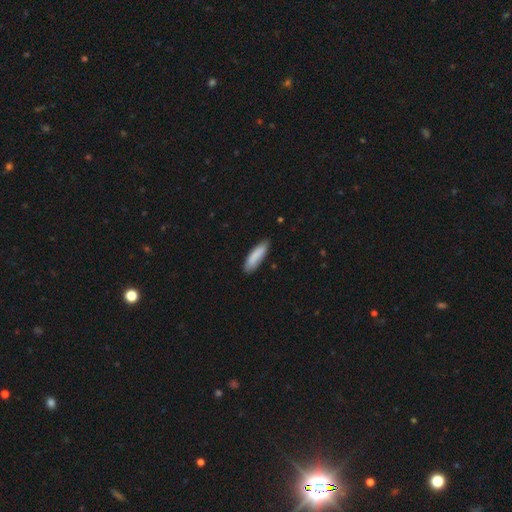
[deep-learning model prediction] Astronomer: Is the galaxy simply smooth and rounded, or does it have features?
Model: smooth — 86%.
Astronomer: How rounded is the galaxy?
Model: cigar-shaped — 58% (runner-up: in between, 40%).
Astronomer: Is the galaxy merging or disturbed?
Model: none — 80%.